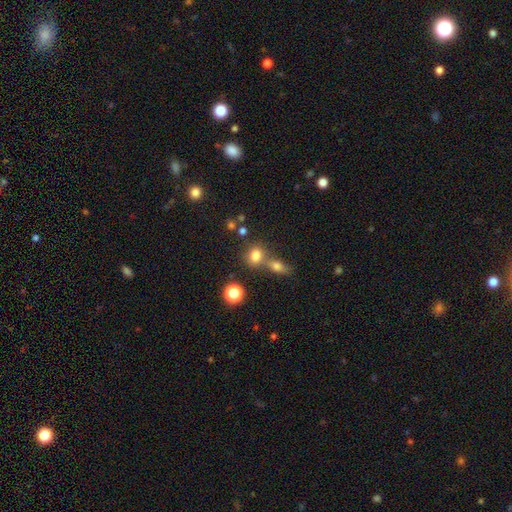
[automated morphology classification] A smooth galaxy with no disk features (77%) that is round (54%). Merging: none (50%).